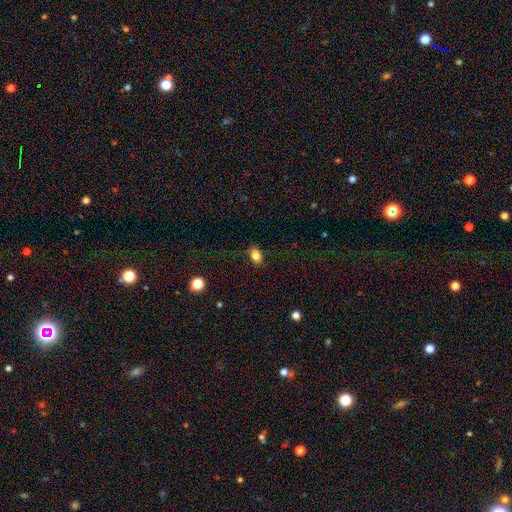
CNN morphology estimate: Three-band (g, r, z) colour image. It shows a smooth galaxy with no disk features (83%) that is in between round and cigar-shaped (75%). Merging: none (84%).